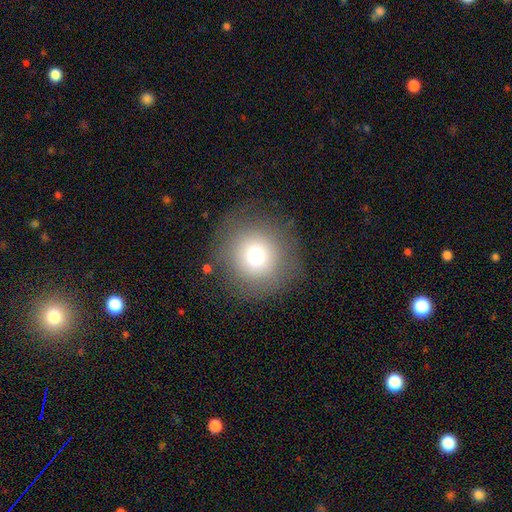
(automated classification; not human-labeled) A smooth galaxy with no disk features (72%) that is round (94%).

Vote fractions:
- Smooth or featured? smooth: 72% / star or artifact: 15% / featured or disk: 14%
- How rounded? round: 94% / in between: 5% / cigar-shaped: 1%
- Merging? none: 83% / minor disturbance: 10% / major disturbance: 6% / merger: 1%